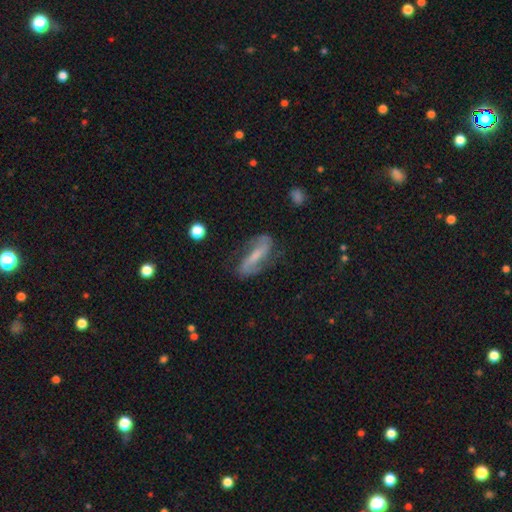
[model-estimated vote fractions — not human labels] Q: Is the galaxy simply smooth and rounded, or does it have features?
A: featured or disk — 72%.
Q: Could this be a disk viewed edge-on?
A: no — 87%.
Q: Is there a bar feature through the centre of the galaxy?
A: strong — 48%.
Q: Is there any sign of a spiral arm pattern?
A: yes — 90%.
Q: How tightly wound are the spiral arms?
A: loose — 50%.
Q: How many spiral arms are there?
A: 2 — 89%.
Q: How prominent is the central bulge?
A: small — 45%.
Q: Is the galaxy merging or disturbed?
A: none — 69%.